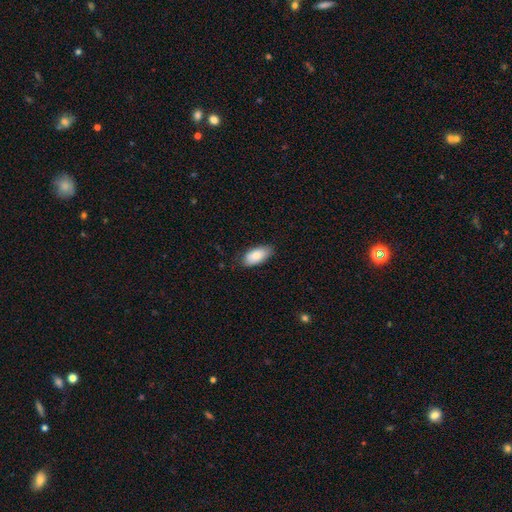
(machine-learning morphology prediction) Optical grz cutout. It shows a smooth galaxy with no disk features (84%) that is in between round and cigar-shaped (93%). Merging: none (80%).